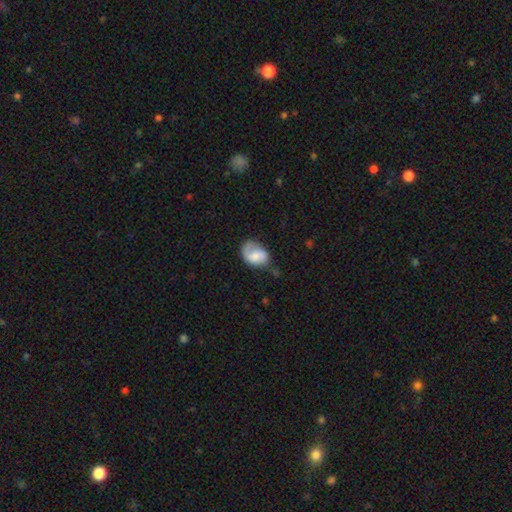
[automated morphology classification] Q: Smooth or featured?
A: smooth (52%); runner-up: featured or disk (41%)
Q: How rounded?
A: in between (76%); runner-up: round (23%)
Q: Merging?
A: none (44%); runner-up: minor disturbance (33%)